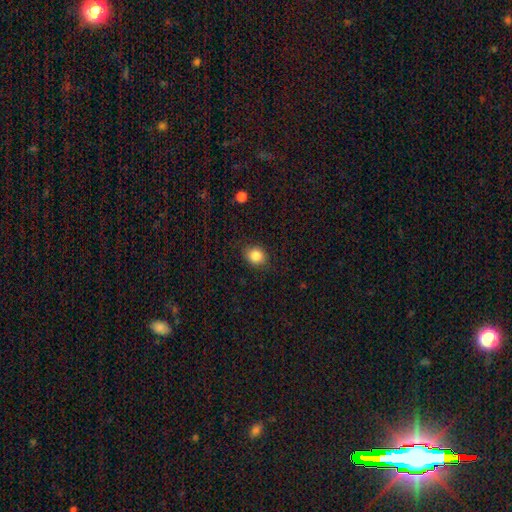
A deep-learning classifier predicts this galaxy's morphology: smooth_or_featured: smooth (p=0.85) [alt: star or artifact p=0.10]
how_rounded: round (p=0.64) [alt: in between p=0.35]
merging: none (p=0.86) [alt: minor disturbance p=0.10]